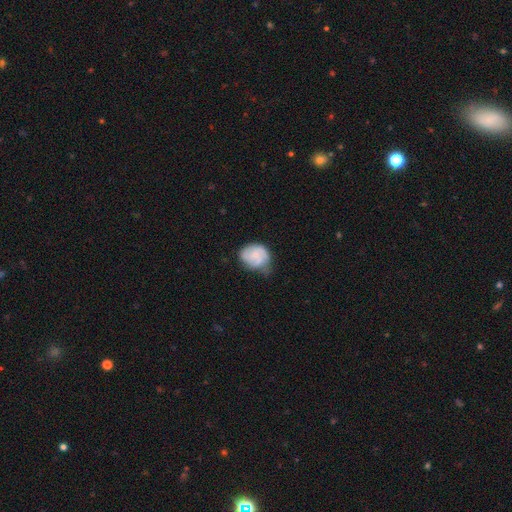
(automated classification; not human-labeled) Smooth or featured? Predicted: smooth (p=0.47). Merging? Predicted: none (p=0.43).